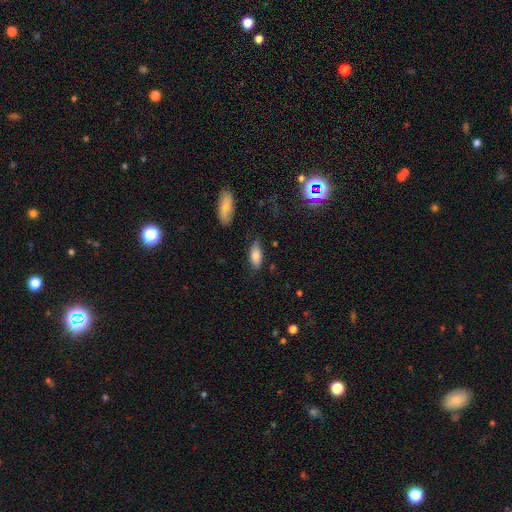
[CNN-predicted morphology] A smooth galaxy with no disk features (82%) that is in between round and cigar-shaped (84%). Merging: none (73%).